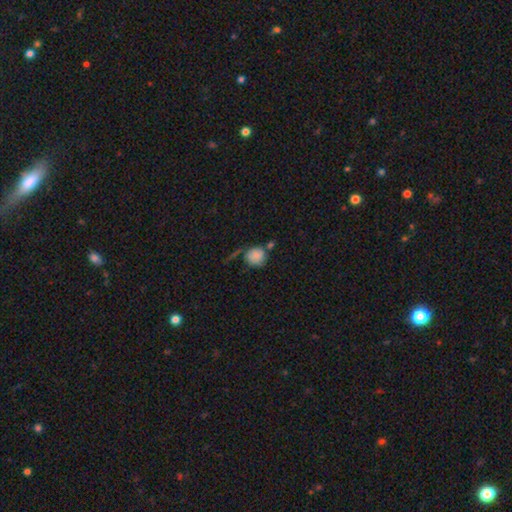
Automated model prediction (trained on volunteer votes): A smooth galaxy with no disk features (83%) that is round (87%).

Vote fractions:
- Smooth or featured? smooth: 83% / star or artifact: 9% / featured or disk: 8%
- How rounded? round: 87% / in between: 12% / cigar-shaped: 1%
- Merging? none: 51% / minor disturbance: 21% / merger: 18% / major disturbance: 10%